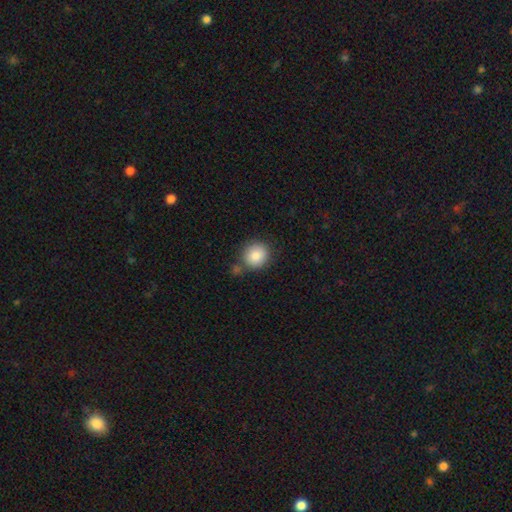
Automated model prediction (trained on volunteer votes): This appears to be a smooth galaxy with no disk features (85%) that is round (87%). Merging: none (73%).